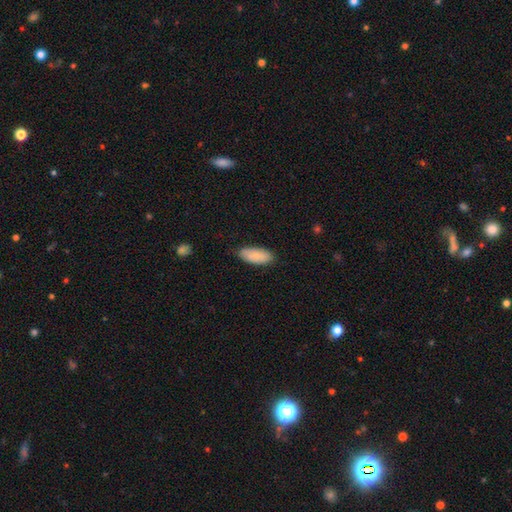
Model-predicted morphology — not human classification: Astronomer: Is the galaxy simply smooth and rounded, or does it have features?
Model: smooth — 85%.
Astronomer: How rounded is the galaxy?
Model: in between — 86%.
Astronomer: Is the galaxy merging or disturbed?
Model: none — 81%.